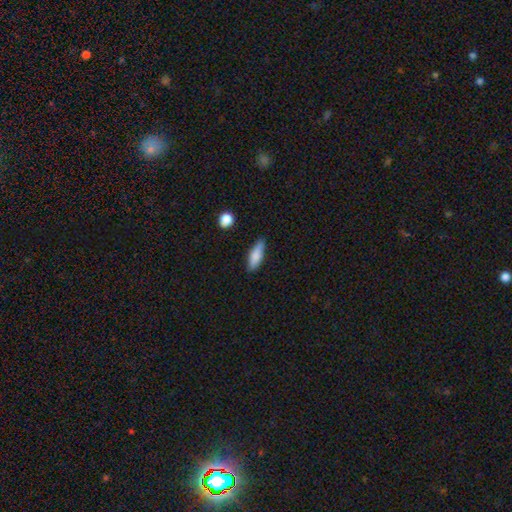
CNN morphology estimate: A smooth galaxy with no disk features (81%) that is in between round and cigar-shaped (51%). Merging: none (79%).